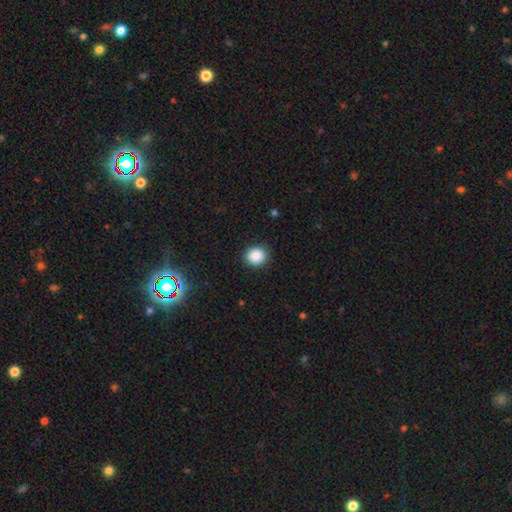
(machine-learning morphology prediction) Smooth or featured: smooth — 88% (star or artifact — 9%)
How rounded: round — 85% (in between — 14%)
Merging: none — 90% (minor disturbance — 7%)